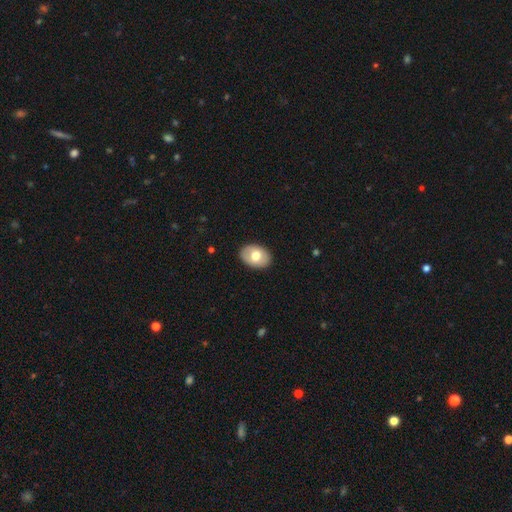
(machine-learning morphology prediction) The model was most divided on "smooth or featured": smooth: 69%, featured or disk: 25%, star or artifact: 6%. More confident: merging — none (89%); how rounded — in between (82%).